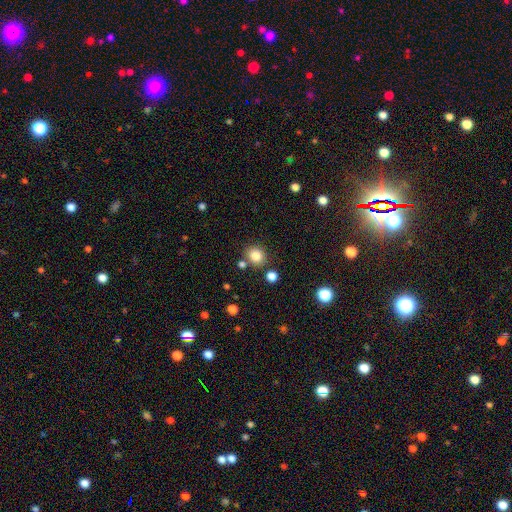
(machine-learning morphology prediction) This is clearly a smooth galaxy (84%). How rounded: likely round (77%). Merging: likely none (79%).